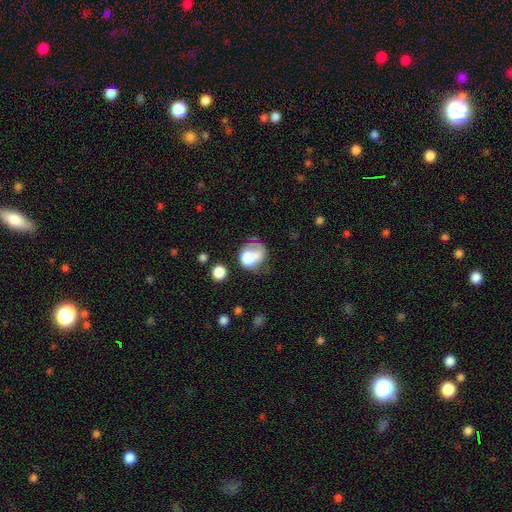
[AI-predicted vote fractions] smooth-or-featured: smooth: 62% | featured or disk: 27% | star or artifact: 11%
  how-rounded: round: 62% | in between: 37% | cigar-shaped: 1%
  merging: major disturbance: 30% | none: 29% | minor disturbance: 22% | merger: 19%